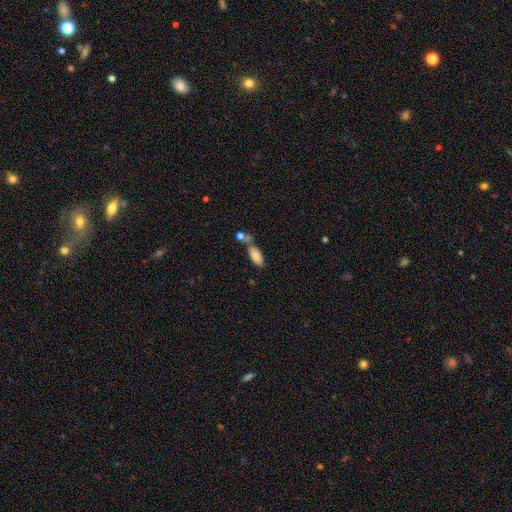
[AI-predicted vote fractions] Smooth or featured?
  - smooth: 84% *
  - featured or disk: 8%
  - star or artifact: 8%
How rounded?
  - in between: 84% *
  - cigar-shaped: 14%
  - round: 2%
Merging?
  - merger: 41% *
  - none: 39%
  - minor disturbance: 14%
  - major disturbance: 6%